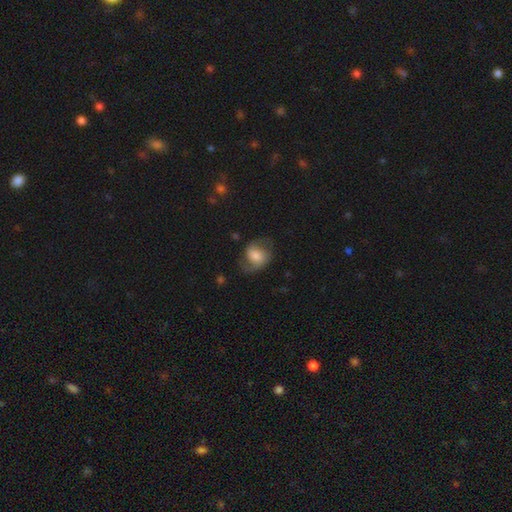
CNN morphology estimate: A featured or disk galaxy (49%). Merging: none (61%).